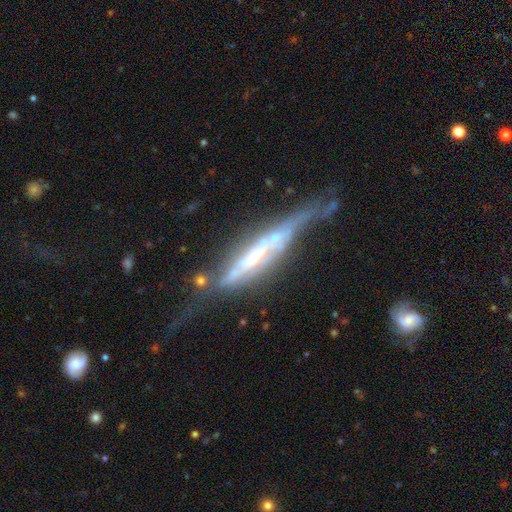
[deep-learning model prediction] Morphology: type=featured or disk (80%); edge-on=yes (80%); edge-on bulge=rounded (47%); merging=none (39%).